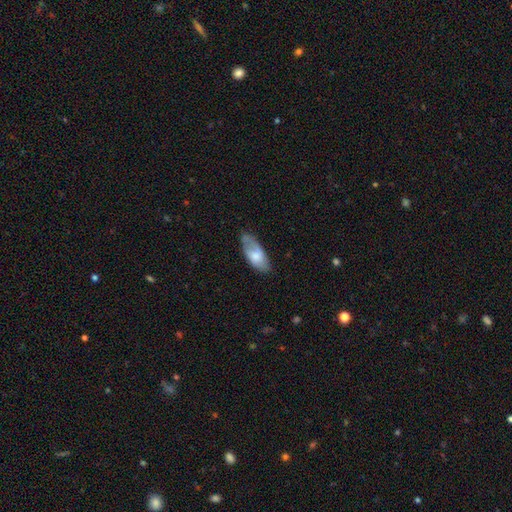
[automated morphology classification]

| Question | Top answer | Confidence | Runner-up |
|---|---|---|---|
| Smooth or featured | smooth | 61% | featured or disk (33%) |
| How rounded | in between | 86% | cigar-shaped (12%) |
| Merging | none | 59% | minor disturbance (30%) |